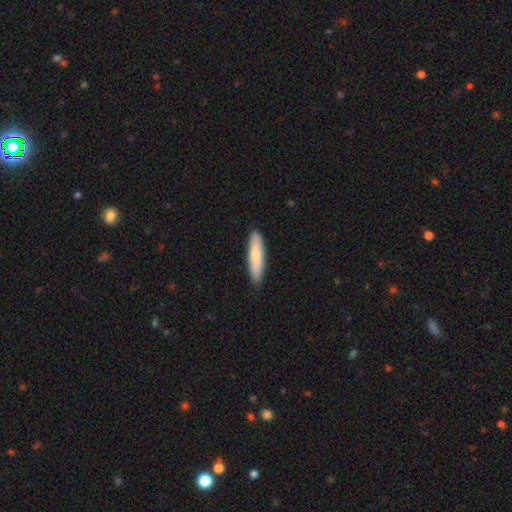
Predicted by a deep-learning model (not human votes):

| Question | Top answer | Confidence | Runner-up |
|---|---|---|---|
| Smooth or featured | smooth | 76% | featured or disk (19%) |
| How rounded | cigar-shaped | 80% | in between (18%) |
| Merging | none | 89% | minor disturbance (8%) |